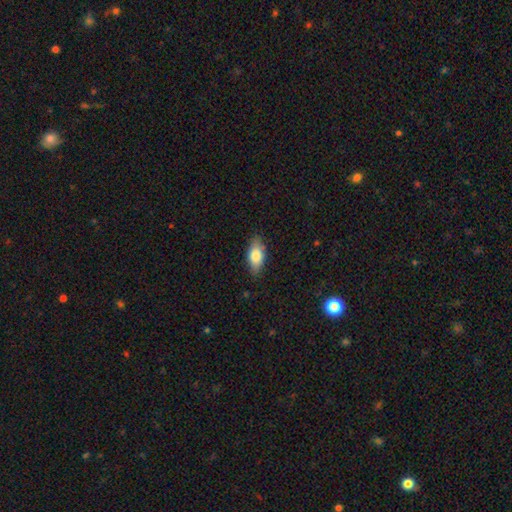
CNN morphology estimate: Smooth or featured? Predicted: smooth (p=0.77). How rounded? Predicted: in between (p=0.86). Merging? Predicted: none (p=0.83).